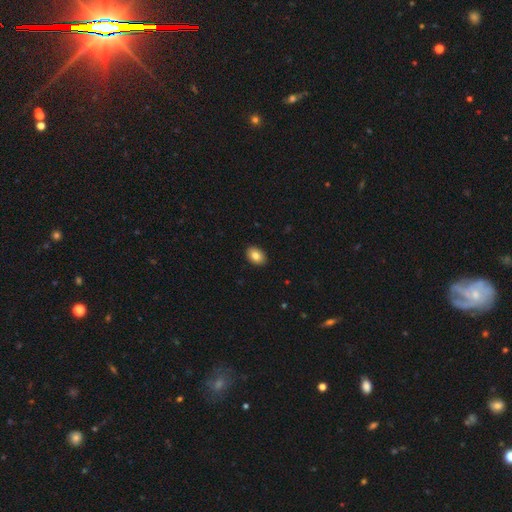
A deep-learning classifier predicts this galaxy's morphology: smooth-or-featured: smooth: 83% | featured or disk: 9% | star or artifact: 8%
  how-rounded: in between: 81% | round: 18% | cigar-shaped: 1%
  merging: none: 91% | minor disturbance: 7% | major disturbance: 2% | merger: 1%